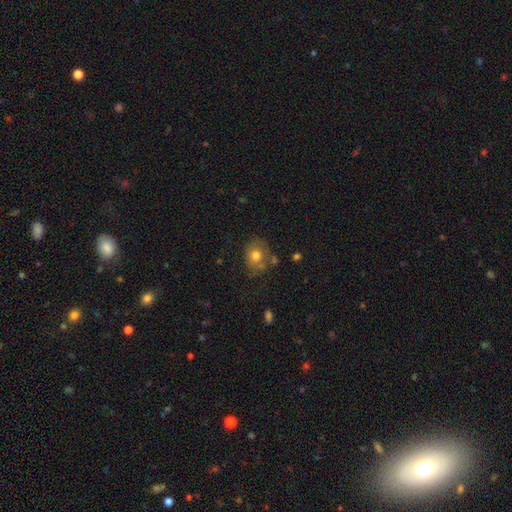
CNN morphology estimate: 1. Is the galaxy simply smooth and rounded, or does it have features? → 72% smooth, 18% featured or disk, 10% star or artifact.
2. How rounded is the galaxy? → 58% round, 41% in between, 1% cigar-shaped.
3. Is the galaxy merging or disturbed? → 59% none, 22% minor disturbance, 10% merger, 8% major disturbance.